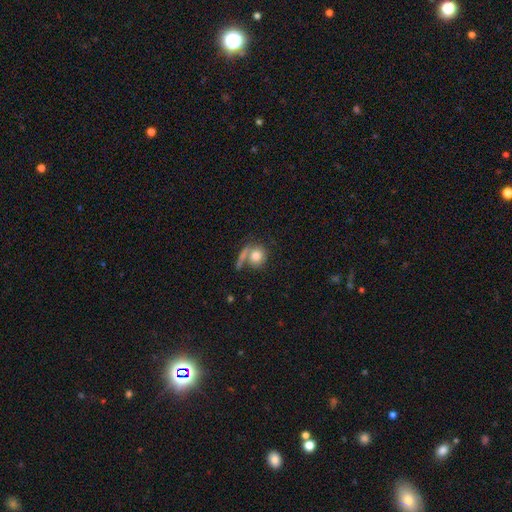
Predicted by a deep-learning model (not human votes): This is likely a smooth galaxy (76%). How rounded: clearly round (82%). Merging: possibly none (51%).